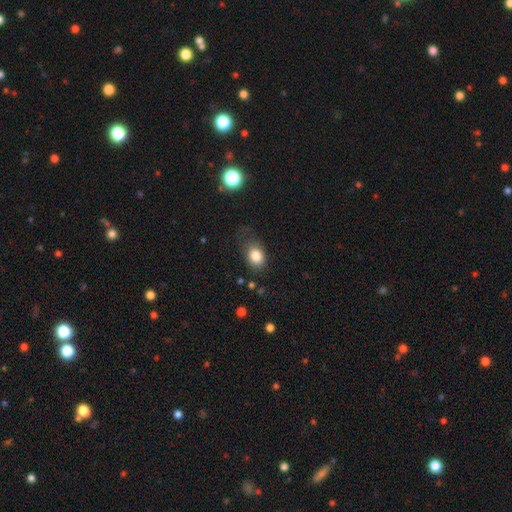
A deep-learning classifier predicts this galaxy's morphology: smooth 83%, star or artifact 9%, featured or disk 8%. Down the decision tree: how rounded — in between (68%); merging — none (54%).